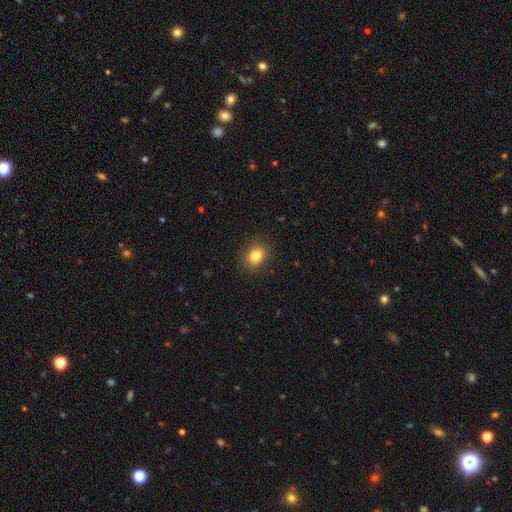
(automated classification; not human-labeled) Smooth or featured? smooth (83%)
How rounded? in between (53%)
Merging? none (87%)